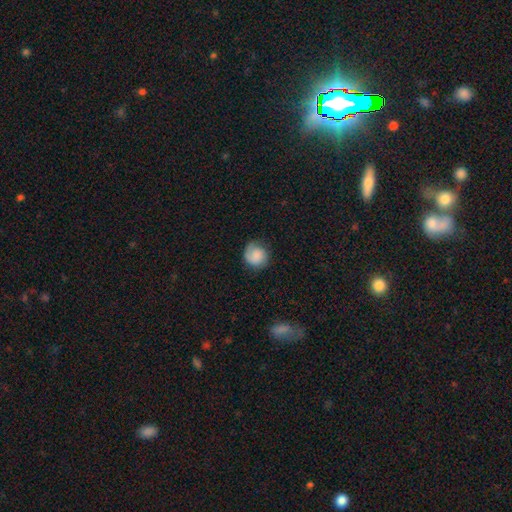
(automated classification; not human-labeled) This appears to be a smooth galaxy with no disk features (66%) that is round (83%). Merging: none (68%).